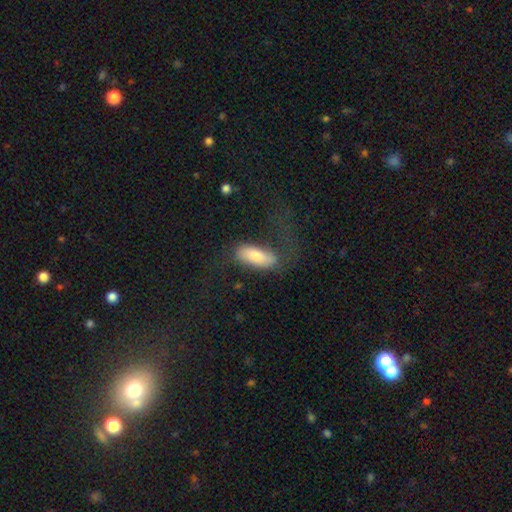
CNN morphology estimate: smooth 73%, featured or disk 21%, star or artifact 6%. Down the decision tree: how rounded — in between (74%); merging — none (43%).